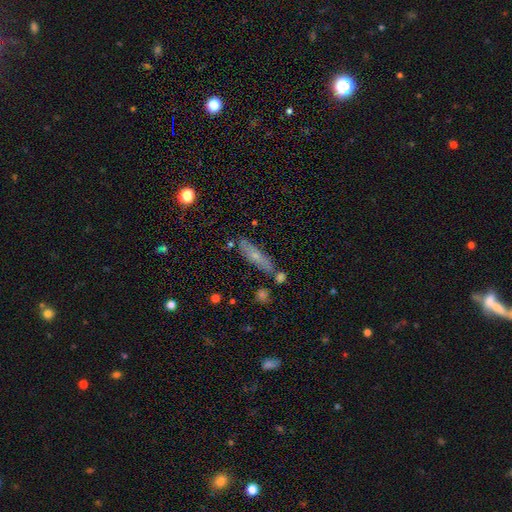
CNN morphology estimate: Smooth or featured? Predicted: smooth (p=0.50). Merging? Predicted: none (p=0.72).